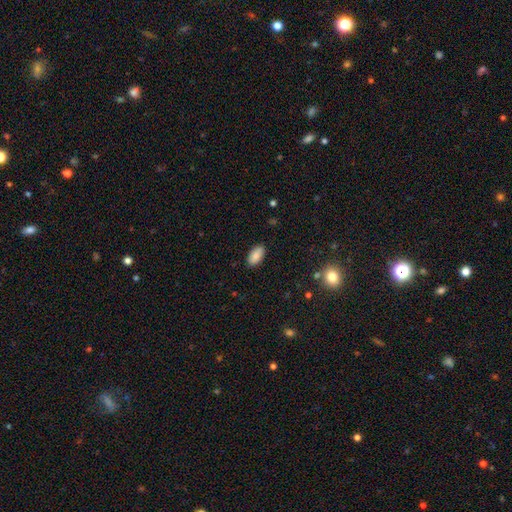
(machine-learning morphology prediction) The model was most divided on "merging": none: 88%, minor disturbance: 9%, major disturbance: 2%, merger: 1%. More confident: how rounded — in between (94%); smooth or featured — smooth (88%).